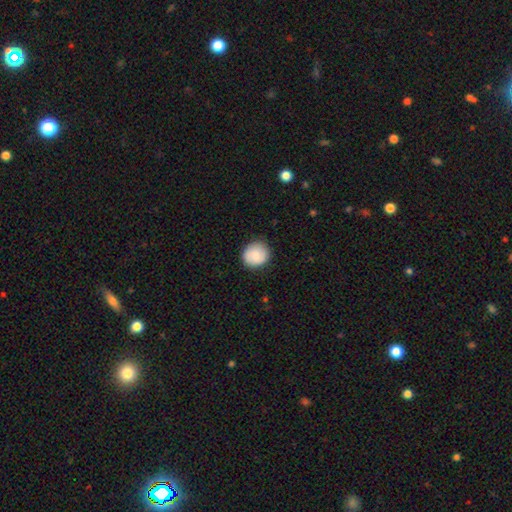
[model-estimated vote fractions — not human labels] Morphology: type=smooth (82%); roundness=round (88%); merging=none (86%).